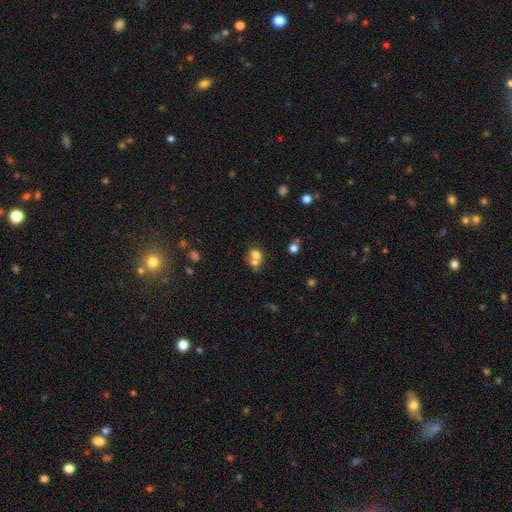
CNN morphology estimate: Overall: smooth (67%). How rounded: round (56%; in between 43%). Merging: merger (61%; none 28%).